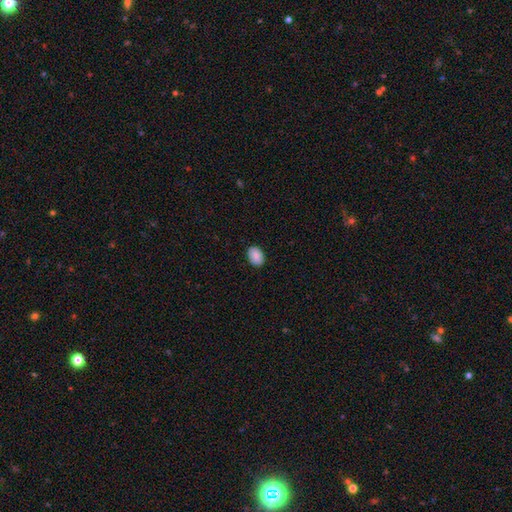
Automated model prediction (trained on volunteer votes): Smooth or featured: smooth — 89% (star or artifact — 7%)
How rounded: in between — 82% (round — 17%)
Merging: none — 88% (minor disturbance — 9%)